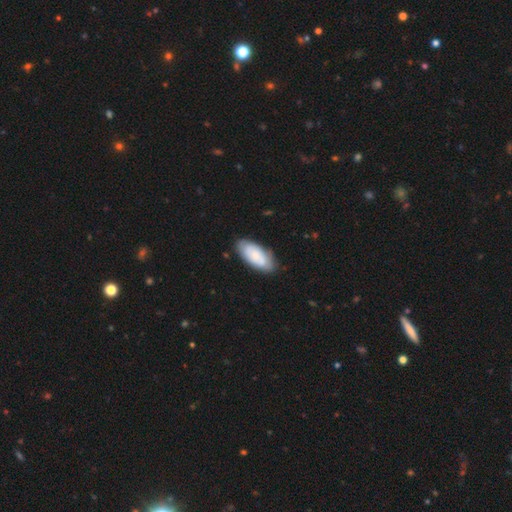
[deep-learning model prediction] smooth 66%, featured or disk 27%, star or artifact 6%. Down the decision tree: how rounded — in between (89%); merging — none (78%).